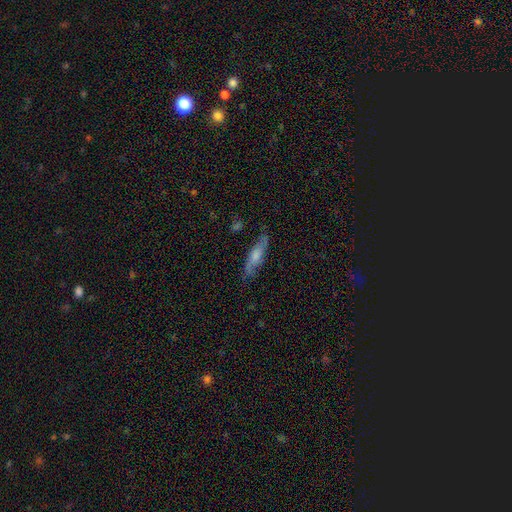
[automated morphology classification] smooth_or_featured: smooth (p=0.48) [alt: featured or disk p=0.45]
merging: none (p=0.73) [alt: minor disturbance p=0.20]